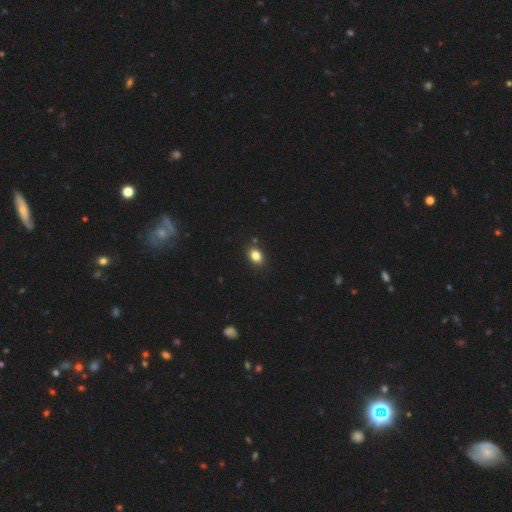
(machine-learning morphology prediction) type=smooth (84%); roundness=in between (70%); merging=none (86%).